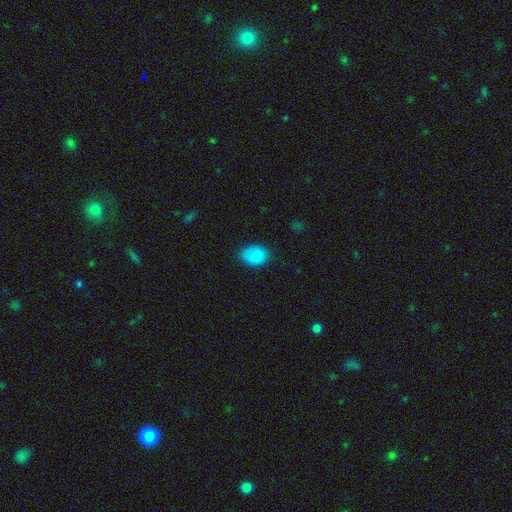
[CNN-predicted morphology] This is clearly a smooth galaxy (87%). How rounded: likely in between (78%). Merging: likely none (72%).